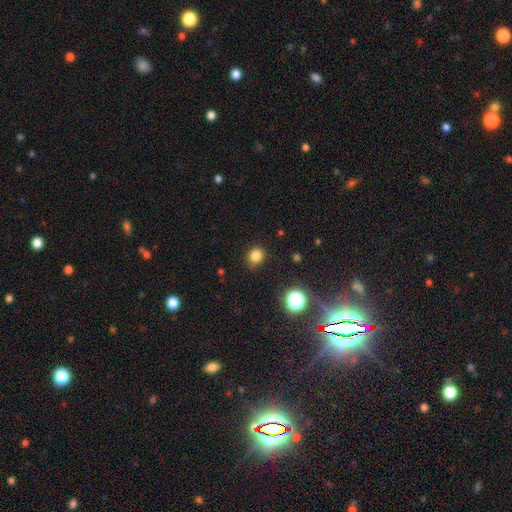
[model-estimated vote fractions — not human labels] smooth 81%, star or artifact 15%, featured or disk 4%. Down the decision tree: how rounded — round (76%); merging — none (78%).